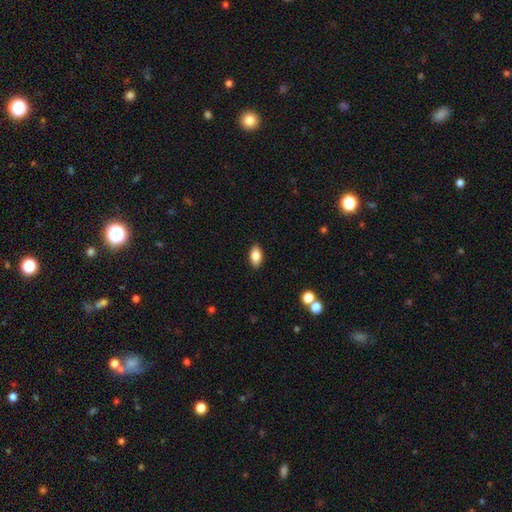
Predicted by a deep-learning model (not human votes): smooth 85%, star or artifact 8%, featured or disk 7%. Down the decision tree: how rounded — in between (92%); merging — none (89%).